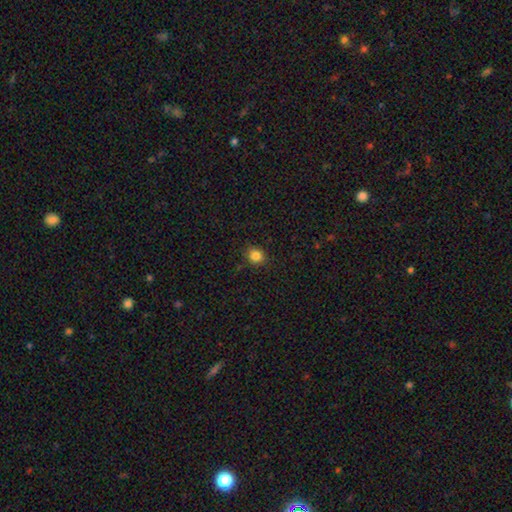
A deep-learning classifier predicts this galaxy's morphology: A smooth galaxy with no disk features (84%) that is round (79%). Merging: none (88%).